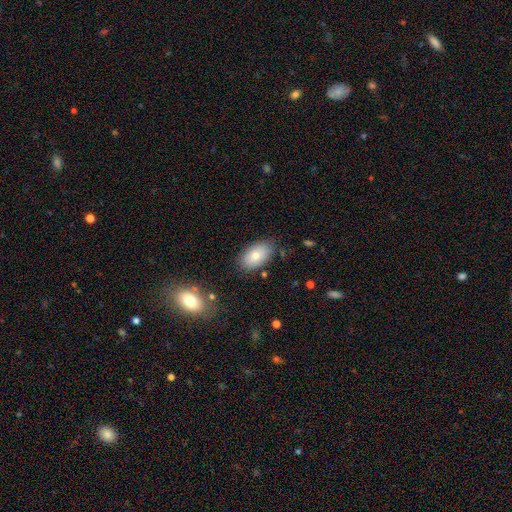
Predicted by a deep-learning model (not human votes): Smooth or featured? Predicted: smooth (p=0.77). How rounded? Predicted: in between (p=0.92). Merging? Predicted: none (p=0.82).